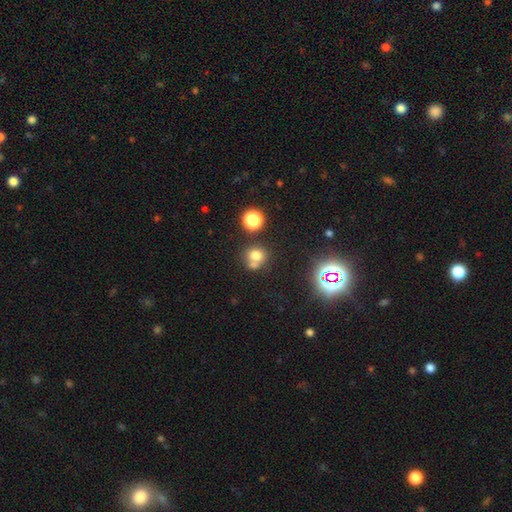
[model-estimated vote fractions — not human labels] Smooth or featured? smooth (71%)
How rounded? round (78%)
Merging? none (50%)